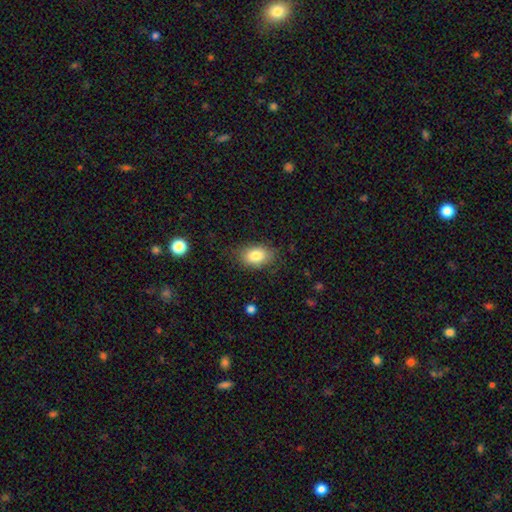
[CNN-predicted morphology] Overall: smooth (82%). How rounded: in between (83%). Merging: none (78%).